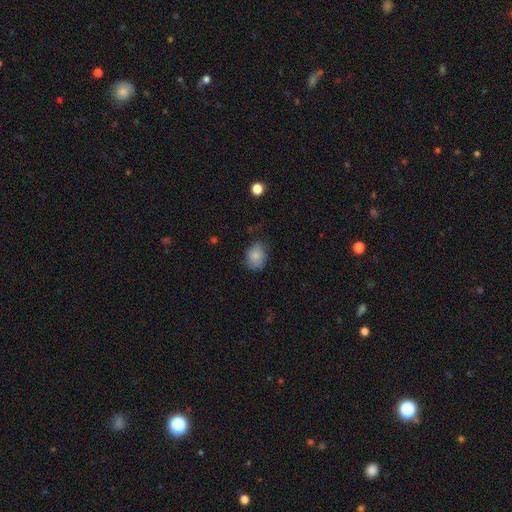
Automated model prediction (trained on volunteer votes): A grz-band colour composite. It shows a smooth galaxy with no disk features (83%) that is in between round and cigar-shaped (54%). Merging: none (66%).